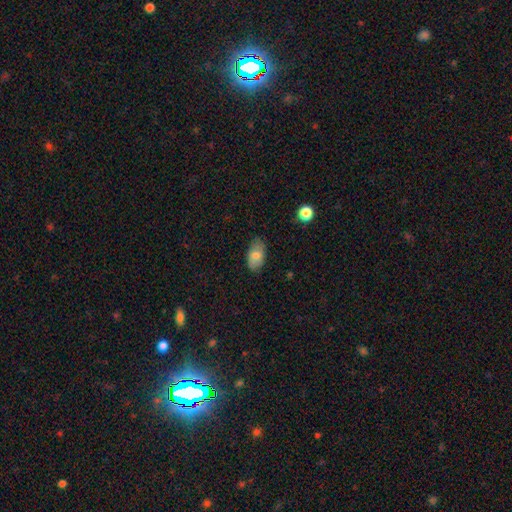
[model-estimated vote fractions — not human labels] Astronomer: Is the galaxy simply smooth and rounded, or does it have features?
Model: smooth — 75%.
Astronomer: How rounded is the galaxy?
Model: in between — 93%.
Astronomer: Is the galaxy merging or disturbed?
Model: none — 76%.